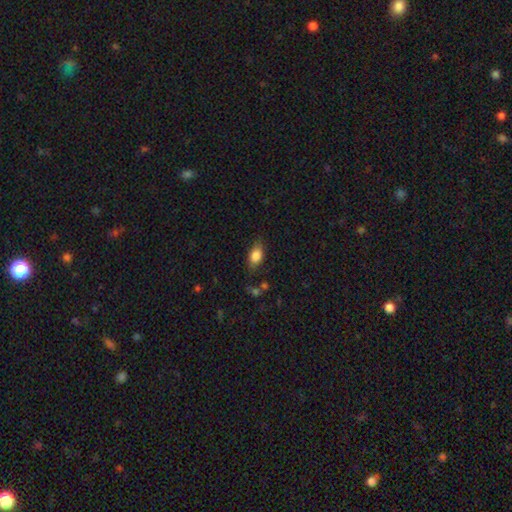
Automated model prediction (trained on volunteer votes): Smooth or featured? Predicted: smooth (p=0.82). How rounded? Predicted: in between (p=0.85). Merging? Predicted: none (p=0.75).